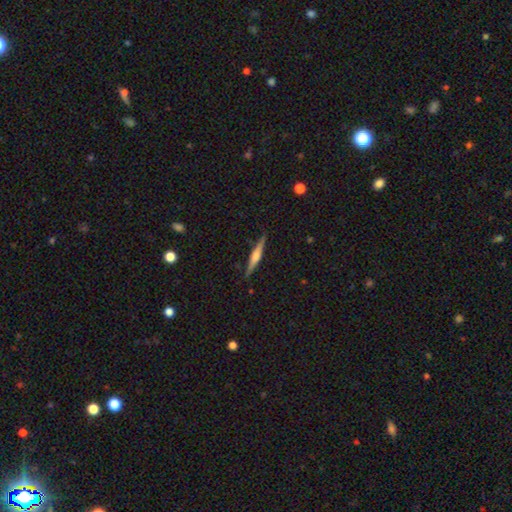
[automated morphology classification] A featured or disk galaxy (68%) viewed edge-on (98%) with a rounded central bulge (77%). Merging: none (90%).